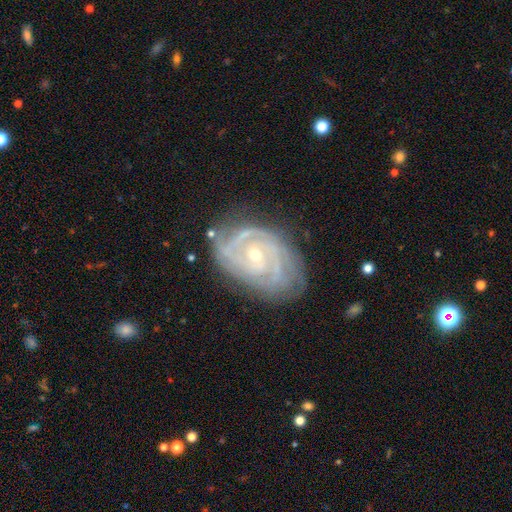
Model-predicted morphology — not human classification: This appears to be a featured or disk galaxy (89%) with no bar (68%), 3 (28%) tight (75%) spiral arms (97%) and a small central bulge (62%). Merging: none (72%).